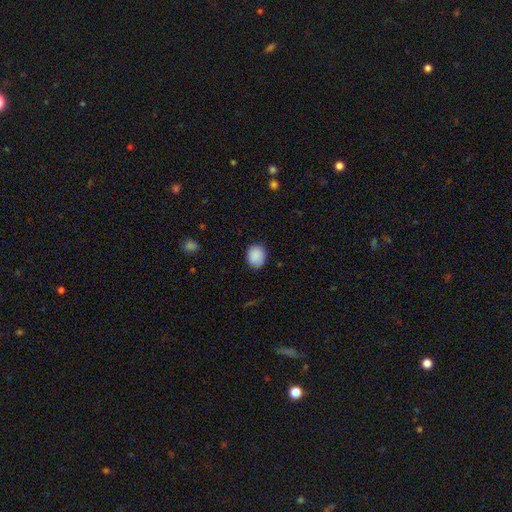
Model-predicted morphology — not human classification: This is clearly a smooth galaxy (90%). How rounded: likely round (69%). Merging: clearly none (86%).